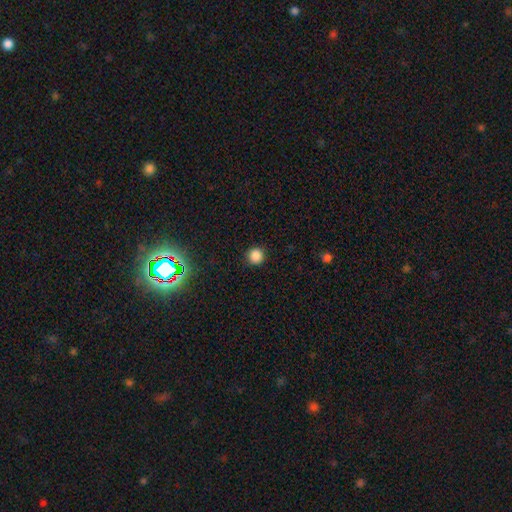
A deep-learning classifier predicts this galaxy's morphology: This appears to be a smooth galaxy with no disk features (85%) that is round (94%). Merging: none (91%).